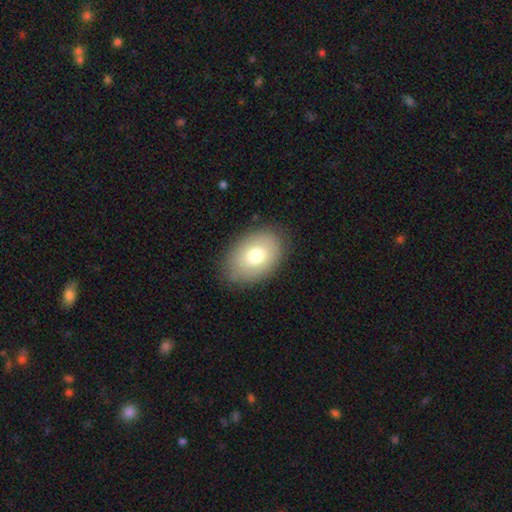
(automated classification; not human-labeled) smooth-or-featured: smooth: 74% | featured or disk: 18% | star or artifact: 9%
  how-rounded: in between: 80% | round: 19% | cigar-shaped: 1%
  merging: none: 82% | minor disturbance: 13% | major disturbance: 4% | merger: 1%